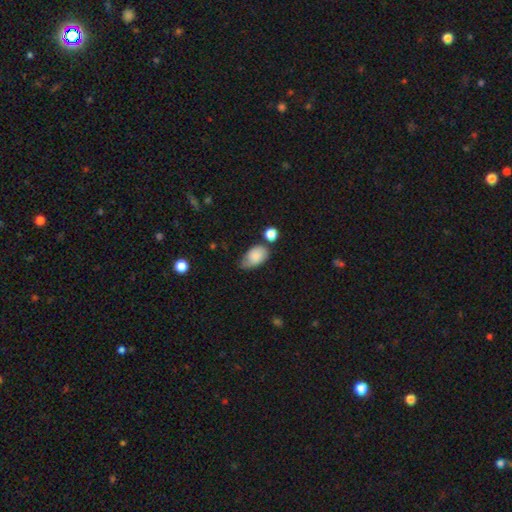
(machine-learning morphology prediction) Smooth or featured: smooth — 81% (featured or disk — 11%)
How rounded: in between — 90% (round — 8%)
Merging: none — 46% (minor disturbance — 36%)